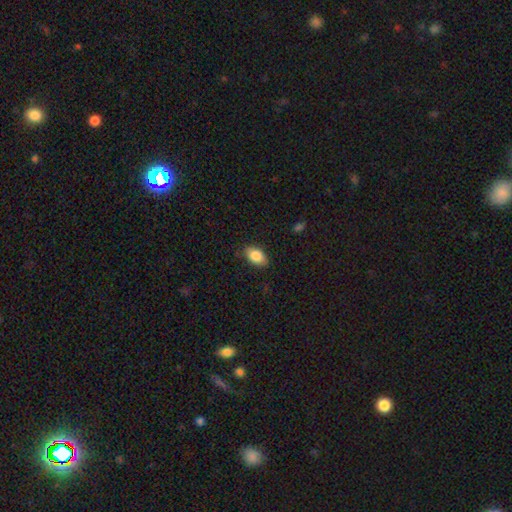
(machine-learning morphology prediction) smooth-or-featured: smooth: 86% | star or artifact: 7% | featured or disk: 7%
  how-rounded: in between: 92% | round: 6% | cigar-shaped: 2%
  merging: none: 83% | minor disturbance: 13% | major disturbance: 3% | merger: 1%